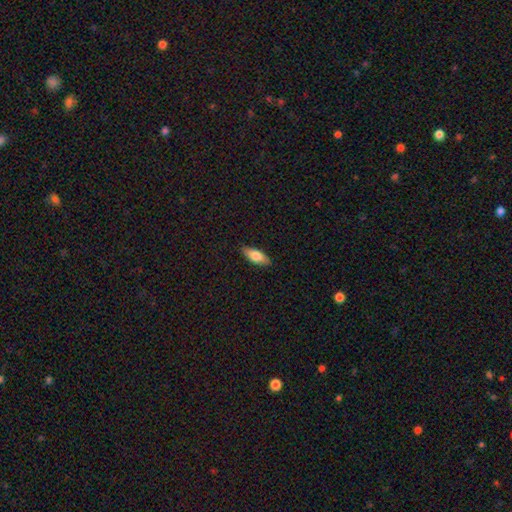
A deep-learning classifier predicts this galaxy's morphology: A smooth galaxy with no disk features (75%) that is in between round and cigar-shaped (75%). Merging: none (87%).